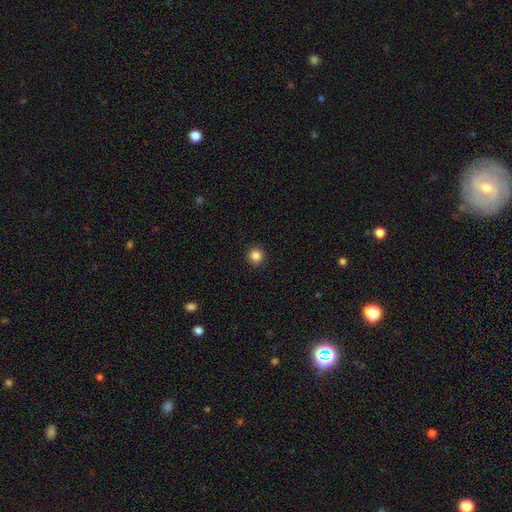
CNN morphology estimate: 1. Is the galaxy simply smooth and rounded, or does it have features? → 85% smooth, 11% star or artifact, 3% featured or disk.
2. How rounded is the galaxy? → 94% round, 5% in between, 1% cigar-shaped.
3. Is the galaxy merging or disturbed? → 91% none, 6% minor disturbance, 2% major disturbance, 1% merger.